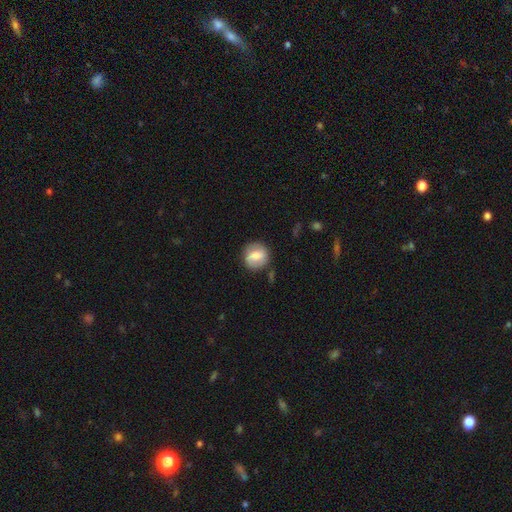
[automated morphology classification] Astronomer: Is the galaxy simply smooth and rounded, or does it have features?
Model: smooth — 57% (runner-up: featured or disk, 35%).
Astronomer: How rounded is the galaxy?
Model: round — 85%.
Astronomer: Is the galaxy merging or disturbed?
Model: none — 81%.